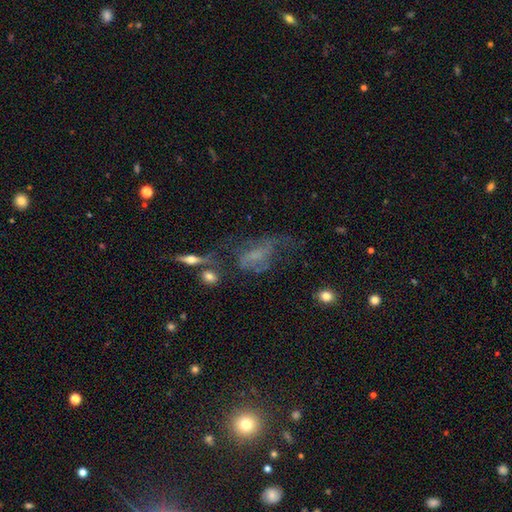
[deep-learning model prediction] This is possibly a featured or disk galaxy (48%). Merging: marginally major disturbance (42%).